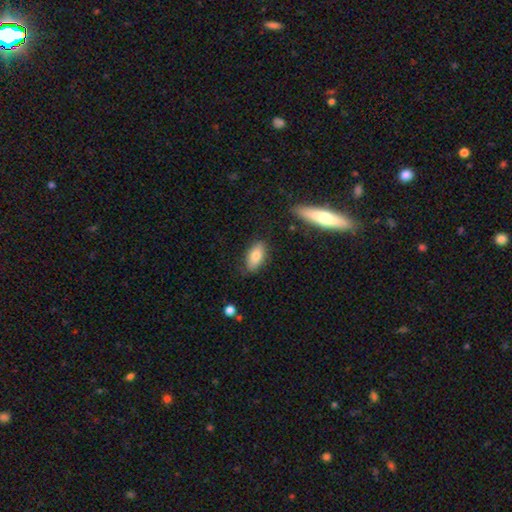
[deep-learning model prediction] Smooth or featured: smooth — 80% (featured or disk — 13%)
How rounded: in between — 87% (cigar-shaped — 10%)
Merging: none — 78% (minor disturbance — 16%)